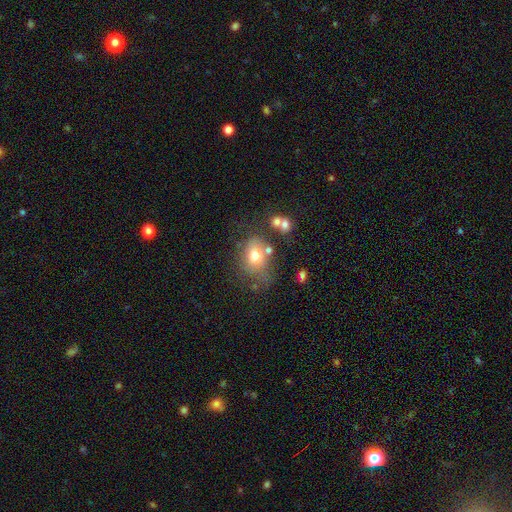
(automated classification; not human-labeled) A smooth galaxy with no disk features (70%) that is in between round and cigar-shaped (59%). Merging: none (47%).